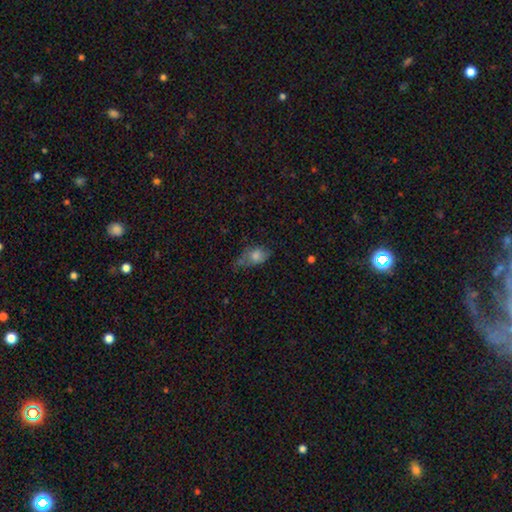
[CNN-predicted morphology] This is likely a smooth galaxy (73%). How rounded: clearly in between (83%). Merging: marginally minor disturbance (37%).